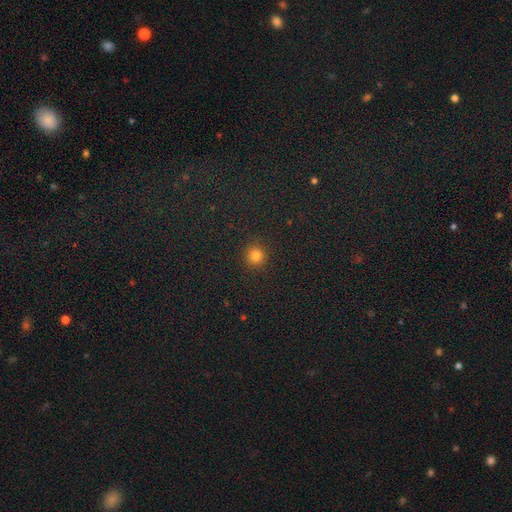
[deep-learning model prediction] A smooth galaxy with no disk features (81%) that is round (94%). Merging: none (91%).